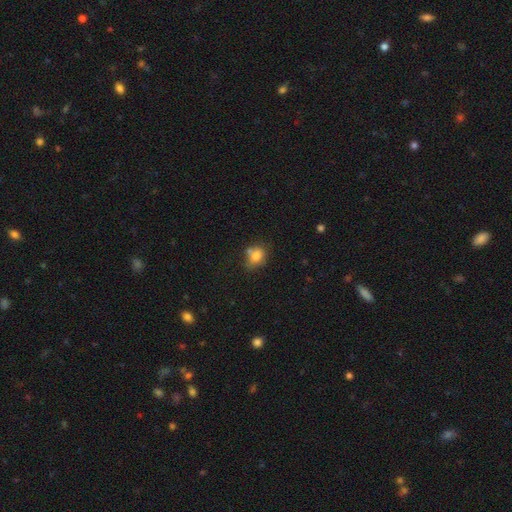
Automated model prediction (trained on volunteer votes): Overall: smooth (78%). How rounded: in between (53%; round 46%). Merging: none (56%; minor disturbance 21%).